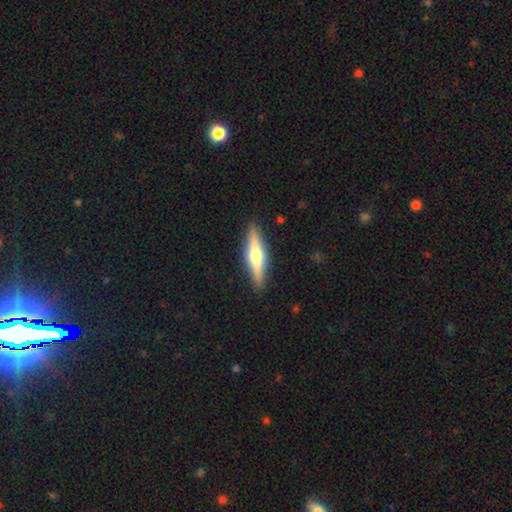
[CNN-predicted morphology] This is possibly a featured or disk galaxy (54%). It is clearly viewed edge-on (95%). Edge-on bulge: clearly rounded (83%). Merging: clearly none (90%).